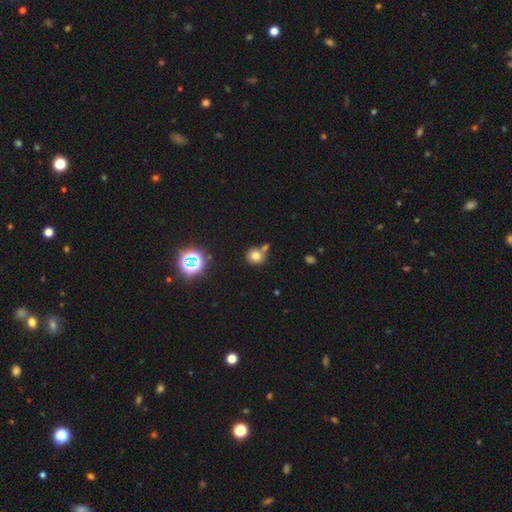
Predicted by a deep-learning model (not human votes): Smooth or featured? smooth (73%)
How rounded? round (86%)
Merging? none (60%)